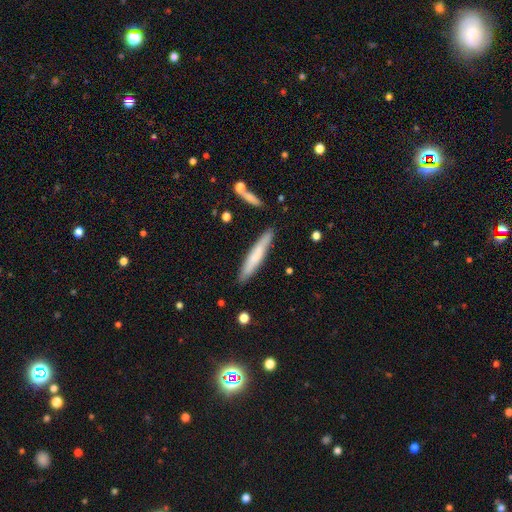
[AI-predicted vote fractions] This appears to be a smooth galaxy with no disk features (64%) that is cigar-shaped (93%). Merging: none (86%).